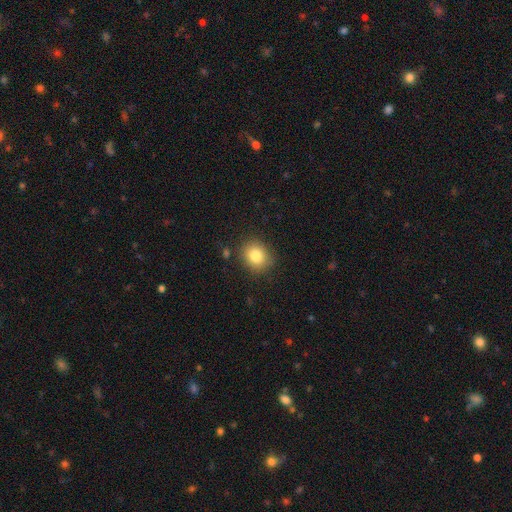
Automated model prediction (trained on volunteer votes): Smooth or featured? Predicted: smooth (p=0.82). How rounded? Predicted: round (p=0.71). Merging? Predicted: none (p=0.85).